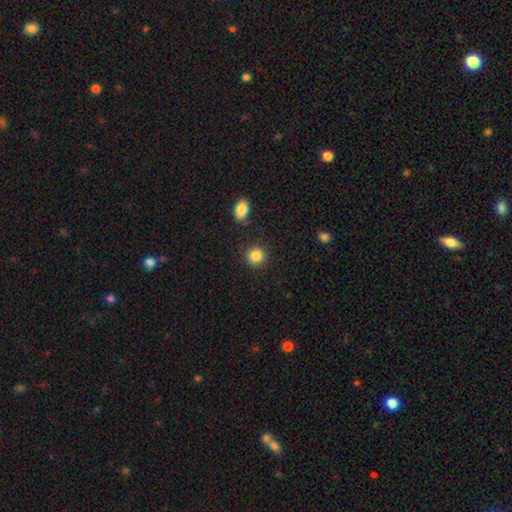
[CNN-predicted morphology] Q: Smooth or featured?
A: smooth (86%); runner-up: star or artifact (9%)
Q: How rounded?
A: round (90%); runner-up: in between (9%)
Q: Merging?
A: none (89%); runner-up: minor disturbance (6%)